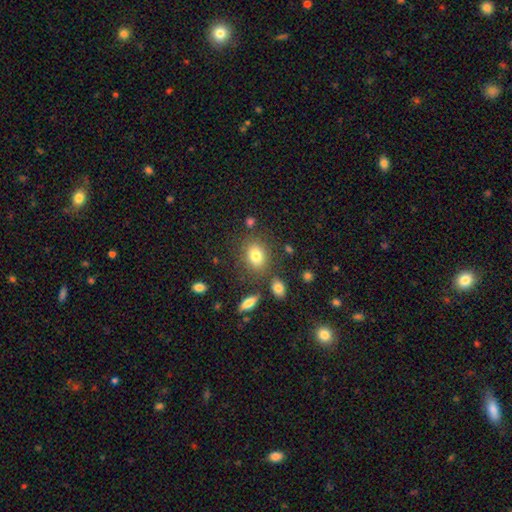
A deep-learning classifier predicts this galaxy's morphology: smooth 78%, star or artifact 11%, featured or disk 11%. Down the decision tree: how rounded — in between (59%); merging — none (76%).